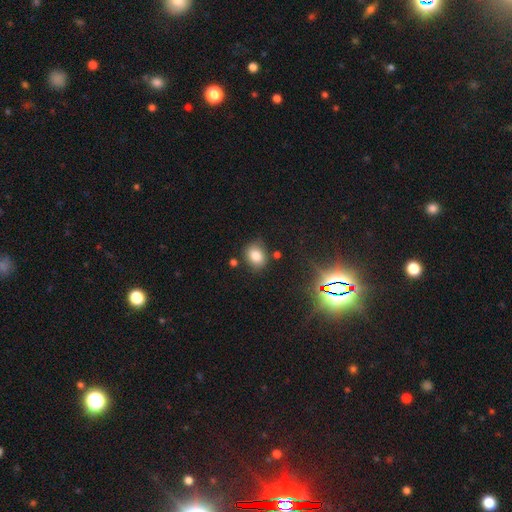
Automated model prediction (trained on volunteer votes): smooth 80%, star or artifact 12%, featured or disk 8%. Down the decision tree: how rounded — in between (51%); merging — none (76%).